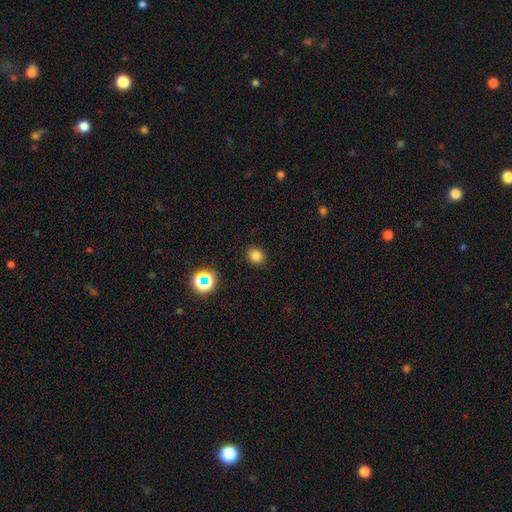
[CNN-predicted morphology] Smooth or featured?
  - smooth: 80% *
  - star or artifact: 15%
  - featured or disk: 5%
How rounded?
  - round: 63% *
  - in between: 36%
  - cigar-shaped: 1%
Merging?
  - none: 89% *
  - minor disturbance: 7%
  - major disturbance: 2%
  - merger: 1%